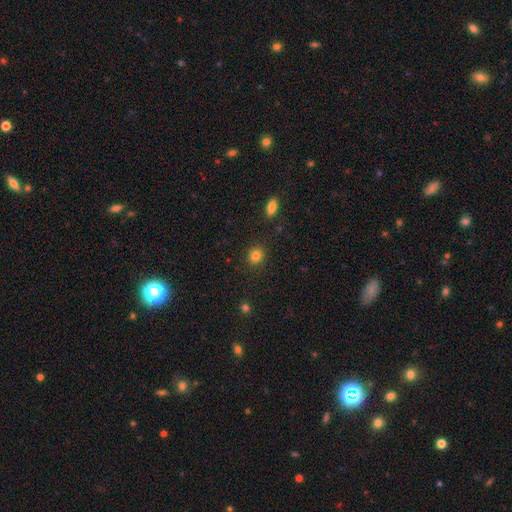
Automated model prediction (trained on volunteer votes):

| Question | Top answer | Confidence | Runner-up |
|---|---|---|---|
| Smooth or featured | smooth | 83% | star or artifact (12%) |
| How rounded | round | 74% | in between (25%) |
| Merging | none | 87% | minor disturbance (8%) |